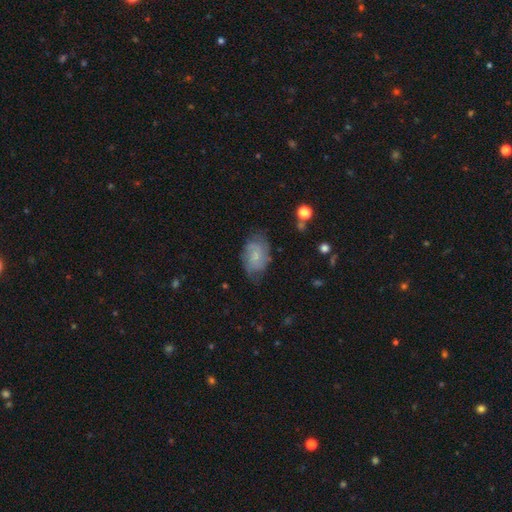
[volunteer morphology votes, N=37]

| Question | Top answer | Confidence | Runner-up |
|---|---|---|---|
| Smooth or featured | smooth | 51% | featured or disk (43%) |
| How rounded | in between | 100% | — |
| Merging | none | 49% | major disturbance (26%) |